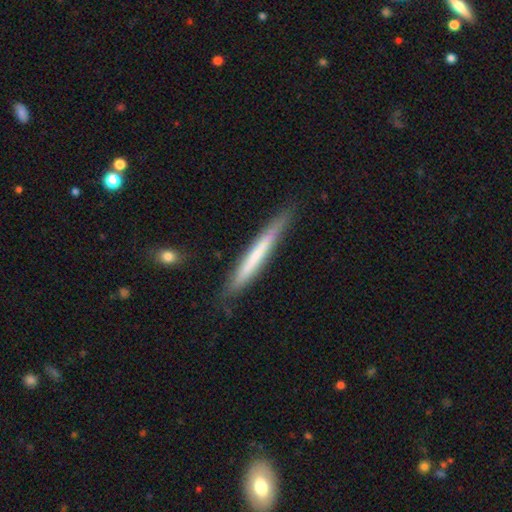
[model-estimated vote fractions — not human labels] smooth_or_featured: smooth (p=0.55) [alt: featured or disk p=0.40]
how_rounded: cigar-shaped (p=0.97) [alt: in between p=0.02]
merging: none (p=0.86) [alt: minor disturbance p=0.11]